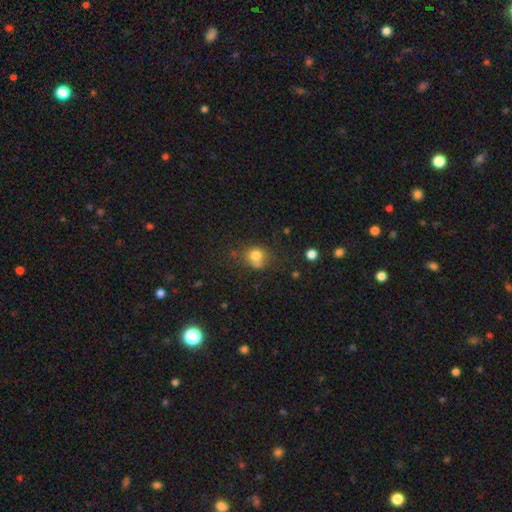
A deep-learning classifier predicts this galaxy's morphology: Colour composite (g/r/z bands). It shows a smooth galaxy with no disk features (77%) that is round (72%). Merging: none (49%).